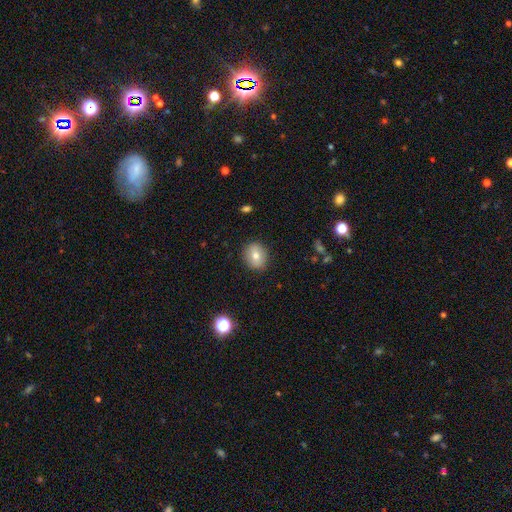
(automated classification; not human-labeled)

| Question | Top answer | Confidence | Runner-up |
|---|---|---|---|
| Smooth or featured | smooth | 74% | featured or disk (16%) |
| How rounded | round | 67% | in between (32%) |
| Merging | none | 88% | minor disturbance (8%) |